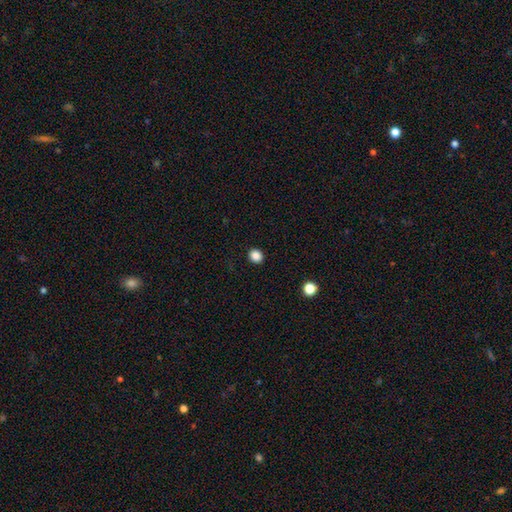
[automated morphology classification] Smooth or featured?
  - smooth: 86% *
  - star or artifact: 11%
  - featured or disk: 3%
How rounded?
  - round: 80% *
  - in between: 19%
  - cigar-shaped: 1%
Merging?
  - none: 92% *
  - minor disturbance: 6%
  - major disturbance: 2%
  - merger: 1%